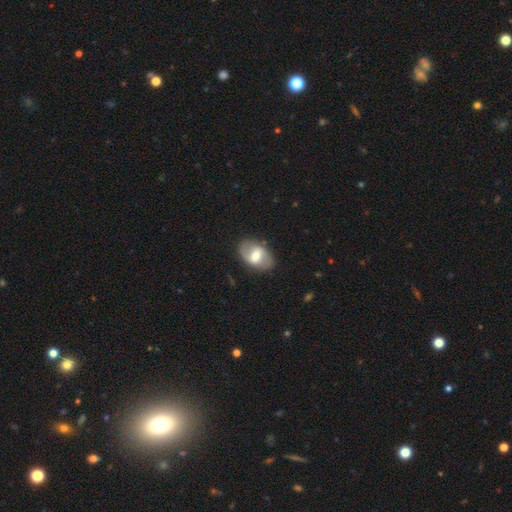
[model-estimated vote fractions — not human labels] A featured or disk galaxy (56%) with a weak bar (46%), spiral arms (63%) and a moderate central bulge (60%).

Vote fractions:
- Smooth or featured? featured or disk: 56% / smooth: 38% / star or artifact: 6%
- Edge-on disk? no: 94% / yes: 6%
- Bar? weak: 46% / strong: 31% / no: 23%
- Spiral arms? yes: 63% / no: 37%
- Bulge size? moderate: 60% / large: 21% / small: 15% / none: 2% / dominant: 2%
- Merging? none: 82% / minor disturbance: 12% / major disturbance: 4% / merger: 1%